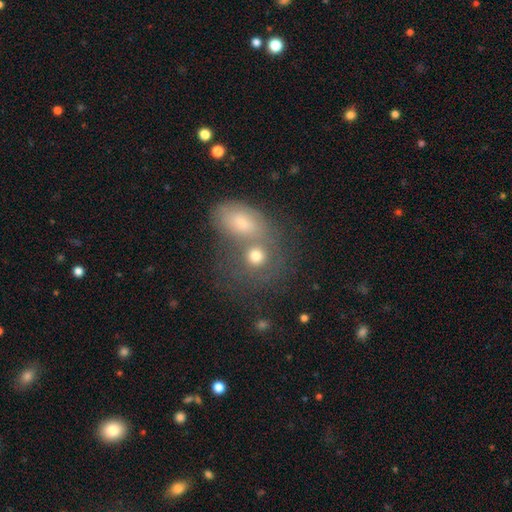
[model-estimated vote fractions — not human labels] This is likely a smooth galaxy (69%). How rounded: likely round (70%). Merging: possibly merger (46%).